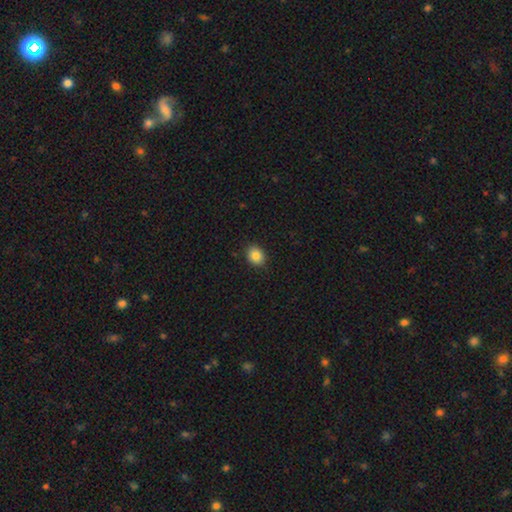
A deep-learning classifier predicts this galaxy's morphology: Overall: smooth (84%). How rounded: round (52%; in between 47%). Merging: none (90%).